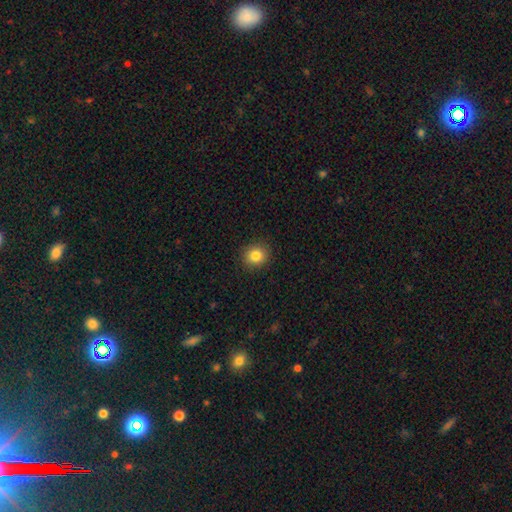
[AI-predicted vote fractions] smooth 84%, star or artifact 10%, featured or disk 6%. Down the decision tree: how rounded — round (82%); merging — none (91%).